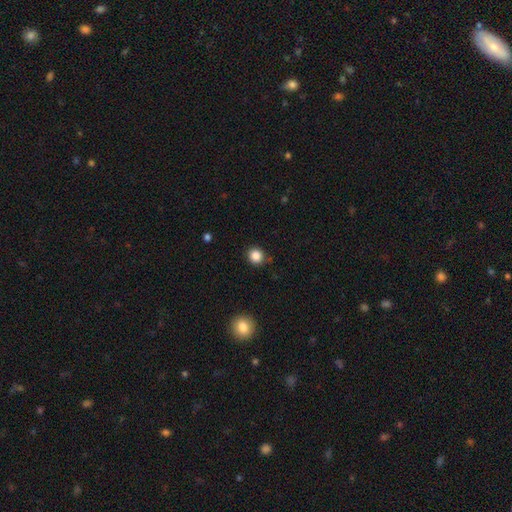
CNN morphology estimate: This is clearly a smooth galaxy (85%). How rounded: clearly round (90%). Merging: clearly none (88%).